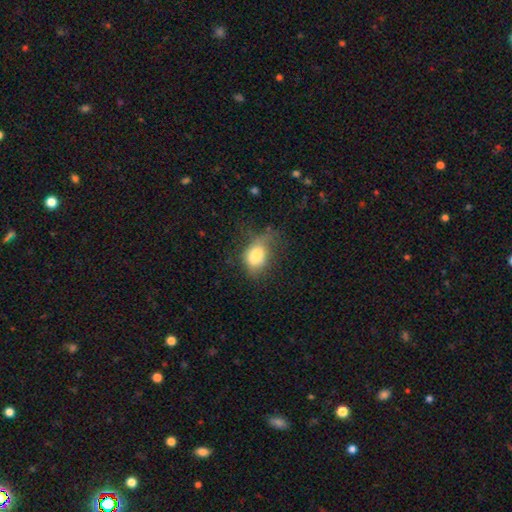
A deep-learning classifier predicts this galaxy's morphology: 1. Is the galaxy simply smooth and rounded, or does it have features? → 76% smooth, 15% featured or disk, 9% star or artifact.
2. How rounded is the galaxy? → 80% in between, 18% round, 2% cigar-shaped.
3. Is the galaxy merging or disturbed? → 34% minor disturbance, 33% none, 29% major disturbance, 4% merger.